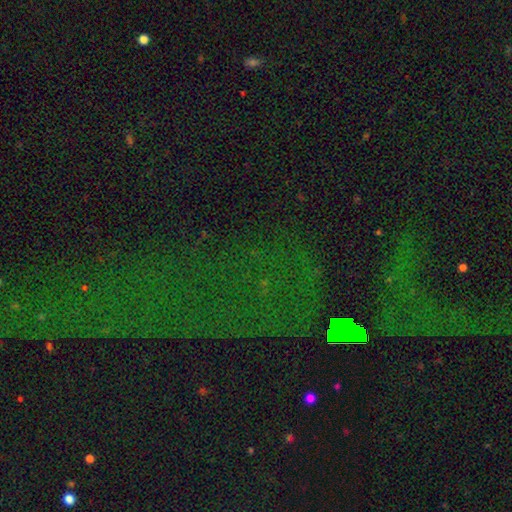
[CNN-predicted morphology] This appears to be a star or artifact, not a galaxy (79%).